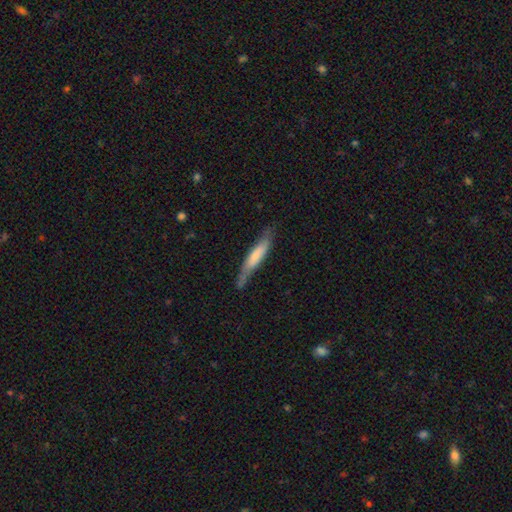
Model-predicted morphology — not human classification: Smooth or featured?
  - smooth: 61% *
  - featured or disk: 34%
  - star or artifact: 5%
How rounded?
  - cigar-shaped: 88% *
  - in between: 11%
  - round: 1%
Merging?
  - none: 67% *
  - minor disturbance: 24%
  - major disturbance: 6%
  - merger: 3%